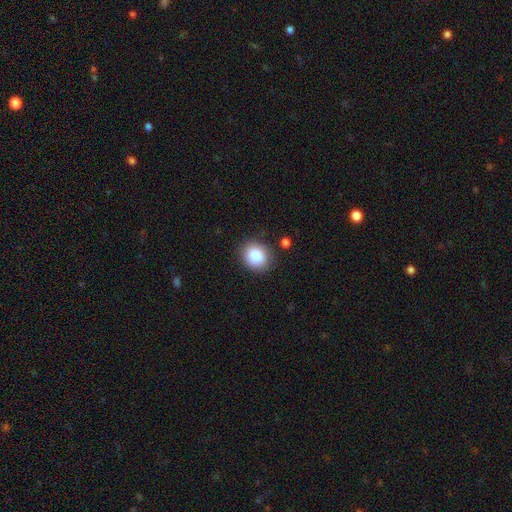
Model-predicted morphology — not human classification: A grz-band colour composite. It shows a smooth galaxy with no disk features (86%) that is round (72%). Merging: none (85%).